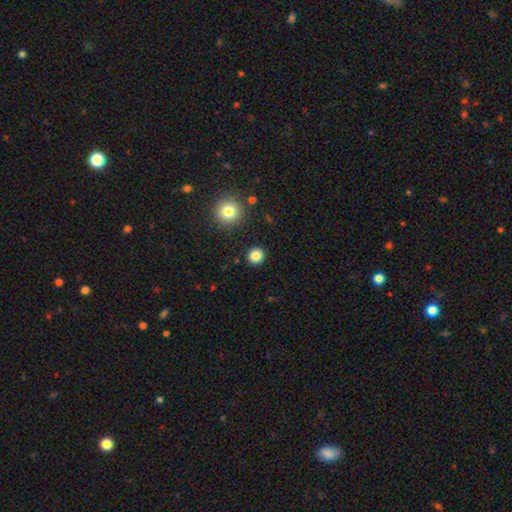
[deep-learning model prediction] Smooth or featured?
  - smooth: 85% *
  - star or artifact: 11%
  - featured or disk: 4%
How rounded?
  - round: 88% *
  - in between: 11%
  - cigar-shaped: 1%
Merging?
  - none: 91% *
  - minor disturbance: 6%
  - major disturbance: 2%
  - merger: 2%